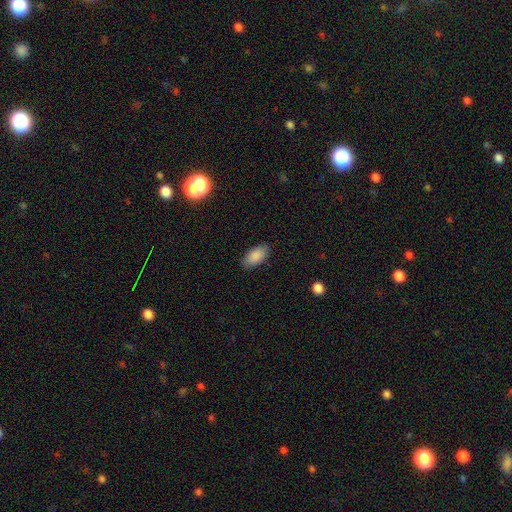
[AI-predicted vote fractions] A smooth galaxy with no disk features (88%) that is in between round and cigar-shaped (93%). Merging: none (86%).